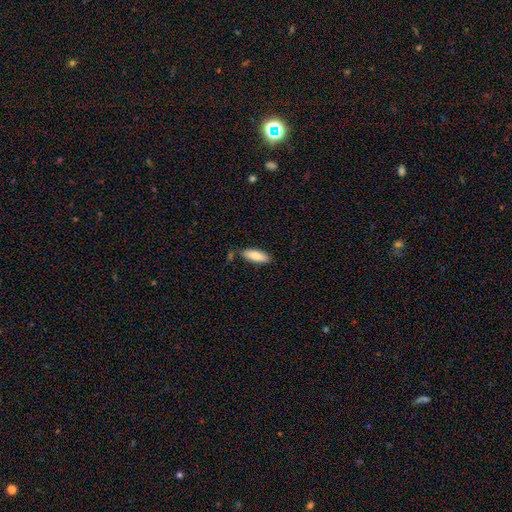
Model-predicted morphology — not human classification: Smooth or featured?
  - smooth: 83% *
  - featured or disk: 11%
  - star or artifact: 6%
How rounded?
  - in between: 66% *
  - cigar-shaped: 32%
  - round: 2%
Merging?
  - none: 78% *
  - minor disturbance: 14%
  - merger: 5%
  - major disturbance: 3%